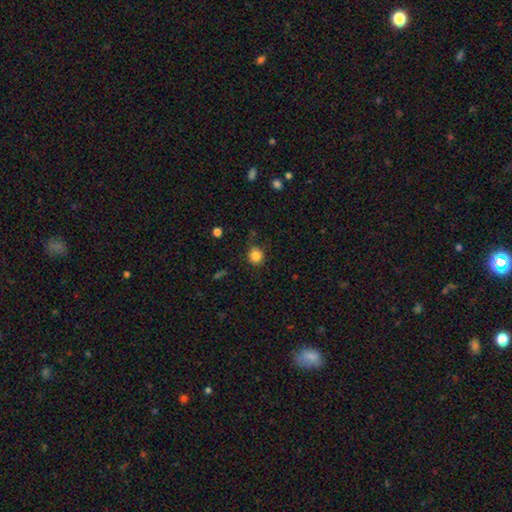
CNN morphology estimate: Q: Smooth or featured?
A: smooth (84%); runner-up: star or artifact (11%)
Q: How rounded?
A: round (86%); runner-up: in between (13%)
Q: Merging?
A: none (80%); runner-up: minor disturbance (14%)